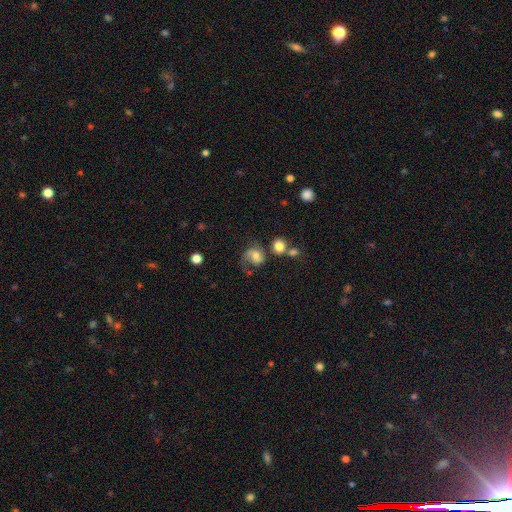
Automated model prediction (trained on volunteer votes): Smooth or featured? featured or disk (53%)
Edge-on disk? no (97%)
Bar? no (61%)
Spiral arms? yes (87%)
Bulge size? moderate (50%)
Merging? none (41%)